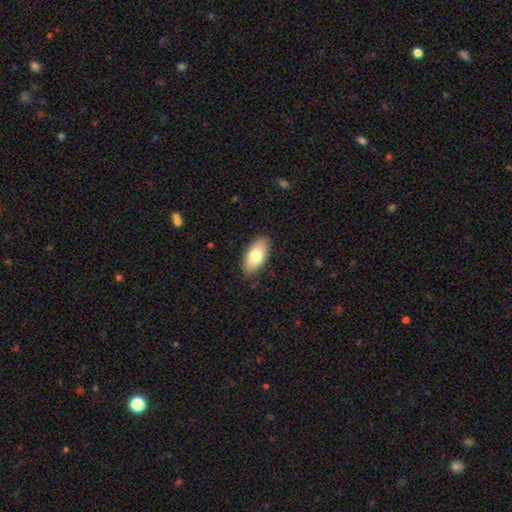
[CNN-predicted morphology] A smooth galaxy with no disk features (77%) that is in between round and cigar-shaped (94%). Merging: none (86%).